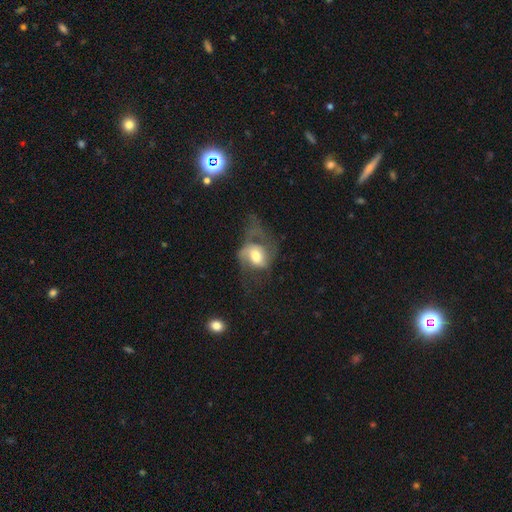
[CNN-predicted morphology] Smooth or featured? featured or disk (55%)
Edge-on disk? no (96%)
Bar? no (57%)
Spiral arms? yes (72%)
Bulge size? moderate (55%)
Merging? major disturbance (51%)